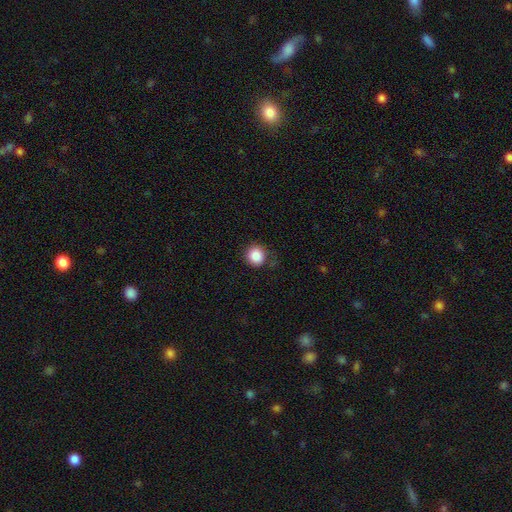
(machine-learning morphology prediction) The model was most divided on "merging": none: 78%, minor disturbance: 16%, major disturbance: 5%, merger: 1%. More confident: how rounded — round (91%); smooth or featured — smooth (87%).